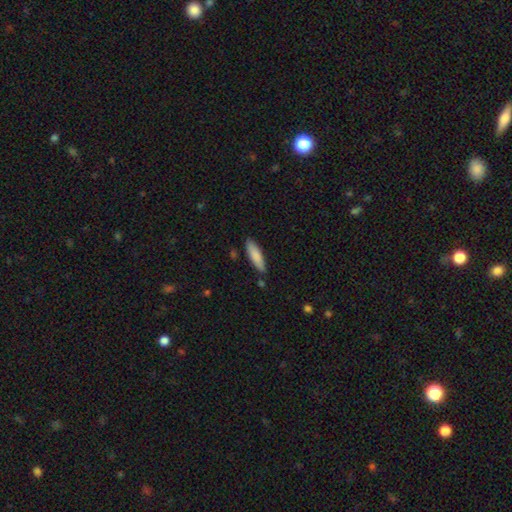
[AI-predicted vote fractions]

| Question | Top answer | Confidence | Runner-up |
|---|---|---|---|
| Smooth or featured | smooth | 84% | featured or disk (10%) |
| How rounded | cigar-shaped | 58% | in between (40%) |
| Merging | none | 82% | minor disturbance (13%) |